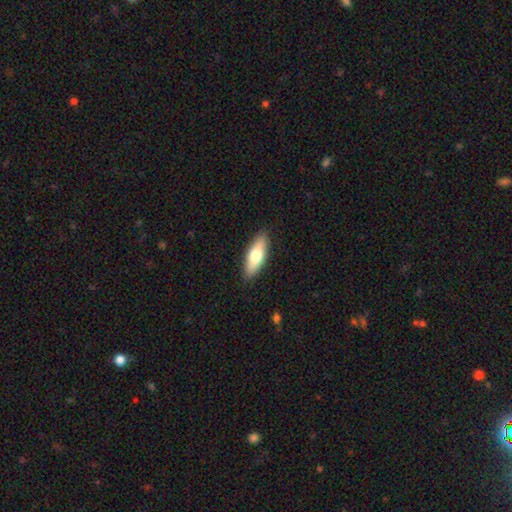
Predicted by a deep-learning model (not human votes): This is likely a smooth galaxy (68%). How rounded: possibly in between (59%). Merging: clearly none (89%).